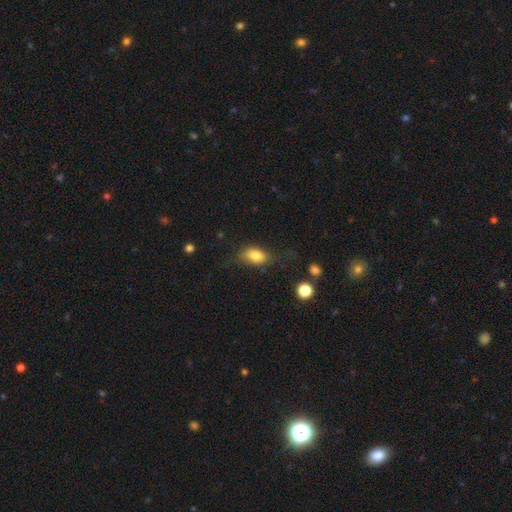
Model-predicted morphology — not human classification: smooth_or_featured: smooth (p=0.80) [alt: featured or disk p=0.11]
how_rounded: in between (p=0.85) [alt: round p=0.12]
merging: none (p=0.63) [alt: minor disturbance p=0.24]